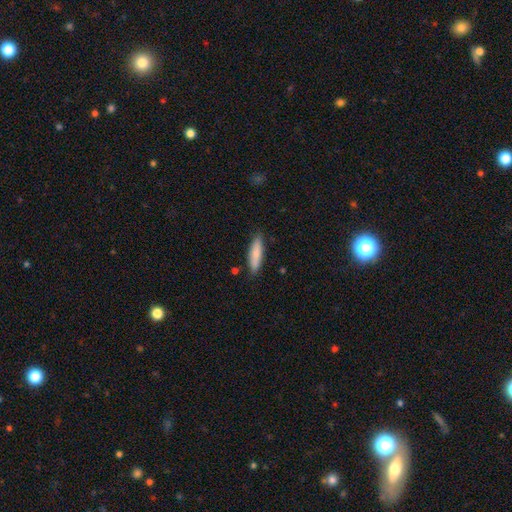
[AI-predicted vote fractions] Smooth or featured? Predicted: smooth (p=0.81). How rounded? Predicted: cigar-shaped (p=0.70). Merging? Predicted: none (p=0.85).